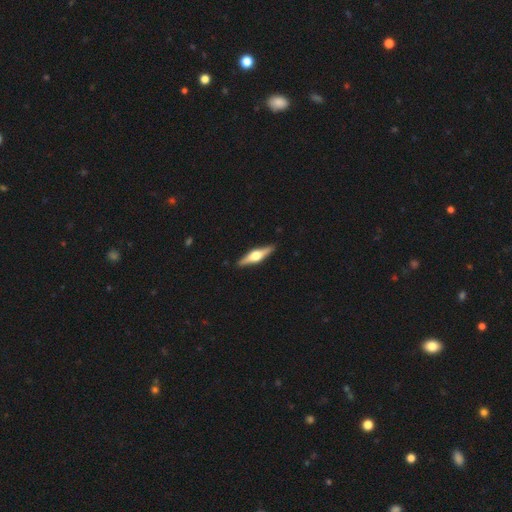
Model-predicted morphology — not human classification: A featured or disk galaxy (73%) viewed edge-on (97%) with a rounded central bulge (95%).

Vote fractions:
- Smooth or featured? featured or disk: 73% / smooth: 23% / star or artifact: 5%
- Edge-on disk? yes: 97% / no: 3%
- Edge-on bulge? rounded: 95% / boxy: 4% / none: 2%
- Merging? none: 91% / minor disturbance: 6% / major disturbance: 1% / merger: 1%